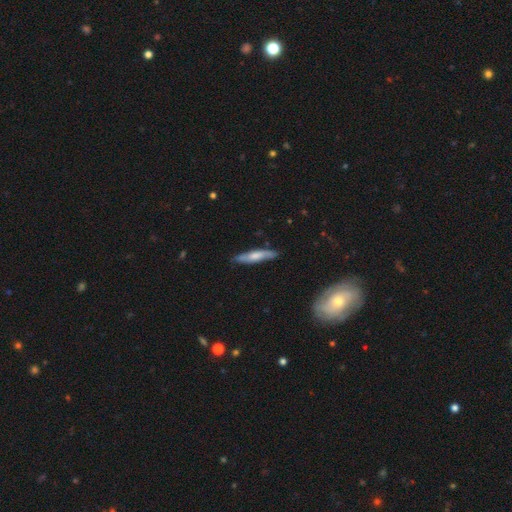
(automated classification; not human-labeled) Smooth or featured? Predicted: smooth (p=0.58). How rounded? Predicted: cigar-shaped (p=0.83). Merging? Predicted: none (p=0.82).